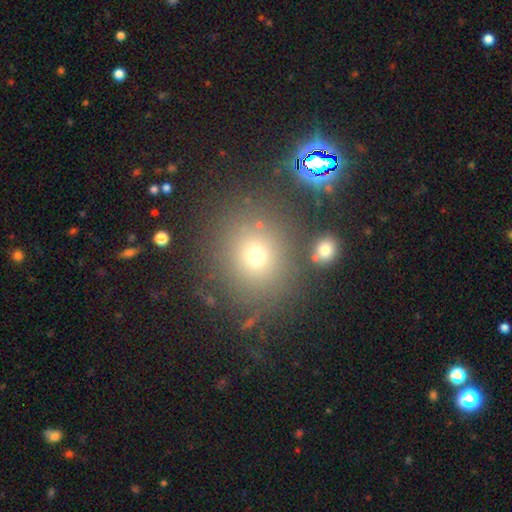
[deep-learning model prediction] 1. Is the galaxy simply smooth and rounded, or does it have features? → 66% smooth, 23% star or artifact, 11% featured or disk.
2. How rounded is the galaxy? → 81% round, 18% in between, 1% cigar-shaped.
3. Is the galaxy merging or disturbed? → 80% none, 9% minor disturbance, 6% merger, 5% major disturbance.